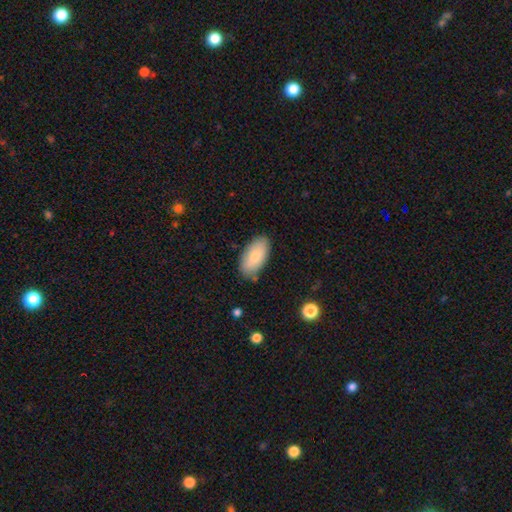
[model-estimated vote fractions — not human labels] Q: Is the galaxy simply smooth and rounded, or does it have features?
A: smooth — 78%.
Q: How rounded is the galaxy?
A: in between — 94%.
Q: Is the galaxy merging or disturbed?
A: none — 80%.